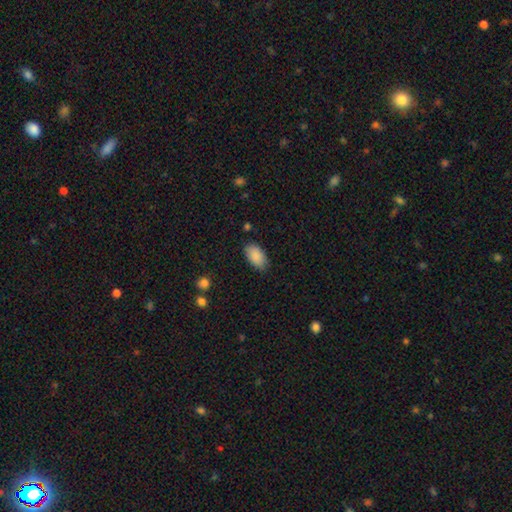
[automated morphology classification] This is clearly a smooth galaxy (89%). How rounded: clearly in between (94%). Merging: clearly none (82%).